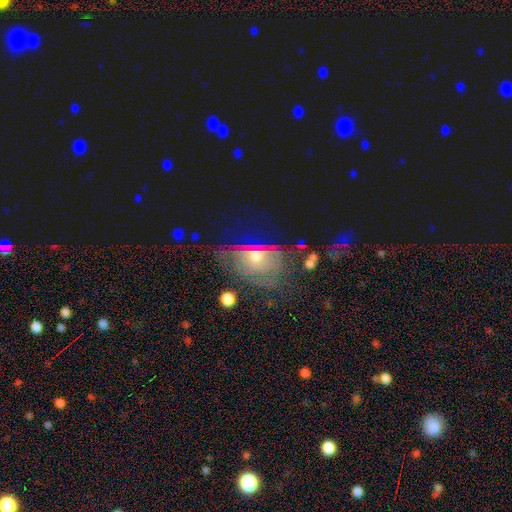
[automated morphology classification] A featured or disk galaxy (47%).

Vote fractions:
- Smooth or featured? featured or disk: 47% / smooth: 35% / star or artifact: 18%
- Merging? none: 57% / minor disturbance: 23% / major disturbance: 17% / merger: 3%